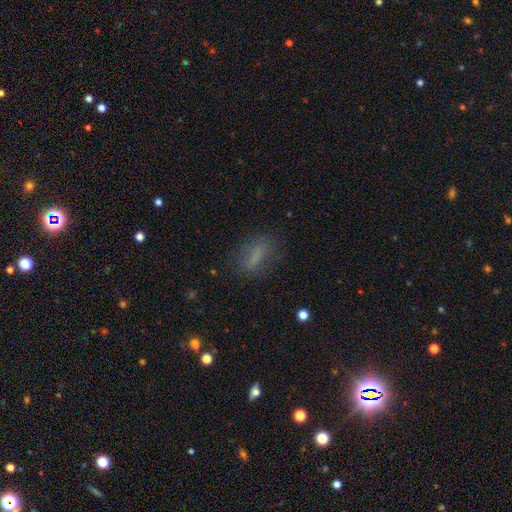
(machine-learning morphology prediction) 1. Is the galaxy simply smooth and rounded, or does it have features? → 72% smooth, 15% featured or disk, 13% star or artifact.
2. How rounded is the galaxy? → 55% in between, 39% cigar-shaped, 6% round.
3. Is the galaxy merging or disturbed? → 76% none, 15% minor disturbance, 8% major disturbance, 2% merger.